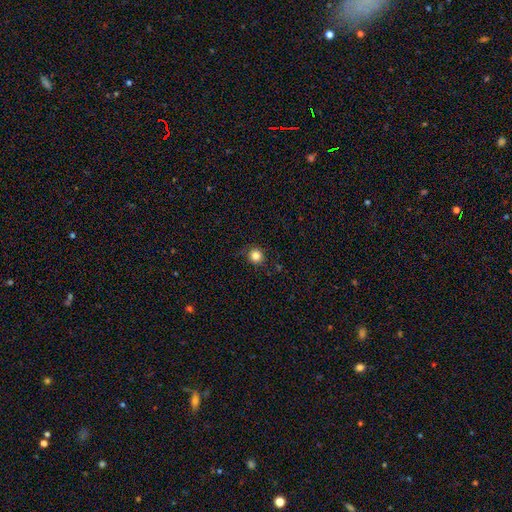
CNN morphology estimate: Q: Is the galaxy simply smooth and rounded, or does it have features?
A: smooth — 83%.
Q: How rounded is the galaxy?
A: round — 92%.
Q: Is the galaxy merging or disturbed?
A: none — 84%.